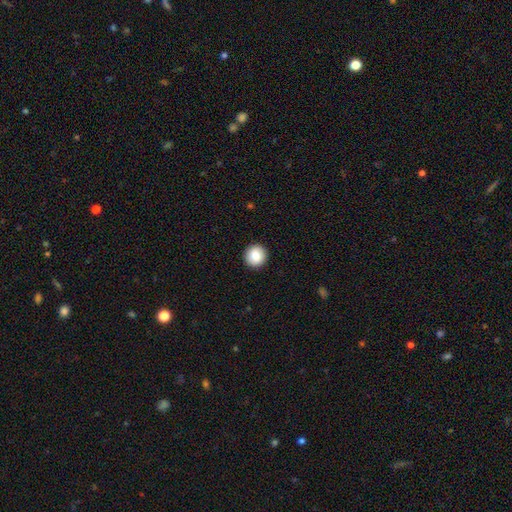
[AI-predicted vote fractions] This is clearly a smooth galaxy (85%). How rounded: clearly round (93%). Merging: clearly none (93%).